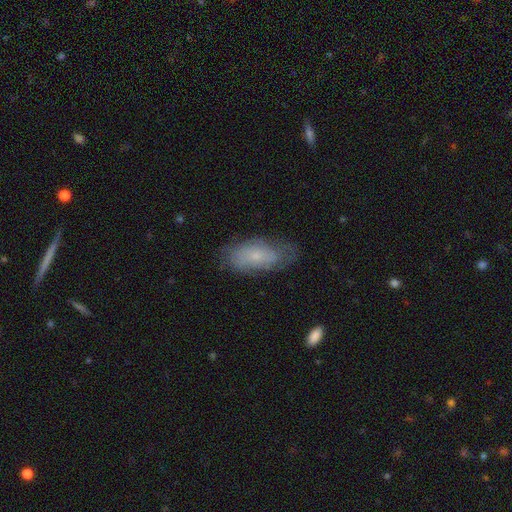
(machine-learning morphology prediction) type=smooth (56%); roundness=in between (88%); merging=none (63%).